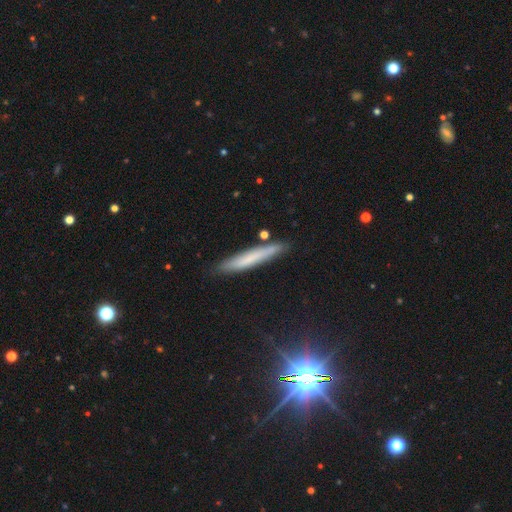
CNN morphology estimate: A smooth galaxy with no disk features (56%) that is cigar-shaped (95%).

Vote fractions:
- Smooth or featured? smooth: 56% / featured or disk: 31% / star or artifact: 13%
- How rounded? cigar-shaped: 95% / in between: 4% / round: 1%
- Merging? none: 85% / minor disturbance: 11% / merger: 2% / major disturbance: 2%